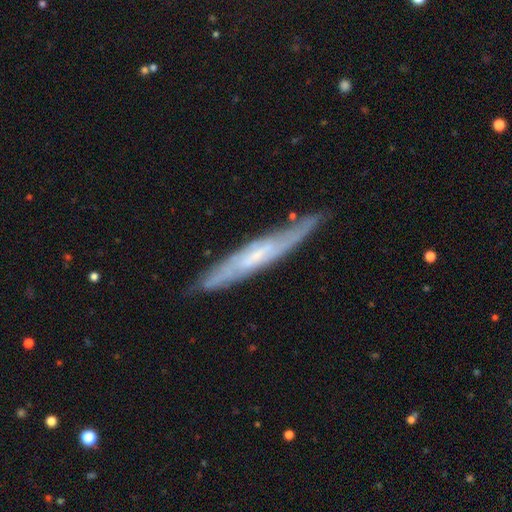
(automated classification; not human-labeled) Smooth or featured: featured or disk — 68% (smooth — 26%)
Edge-on disk: yes — 71% (no — 29%)
Merging: none — 80% (minor disturbance — 16%)